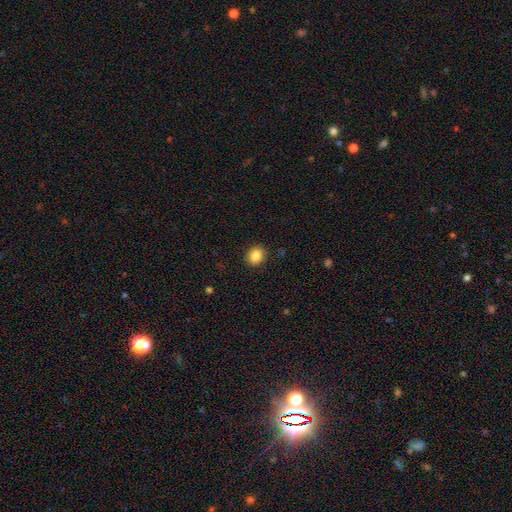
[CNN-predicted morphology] type=smooth (86%); roundness=round (71%); merging=none (90%).